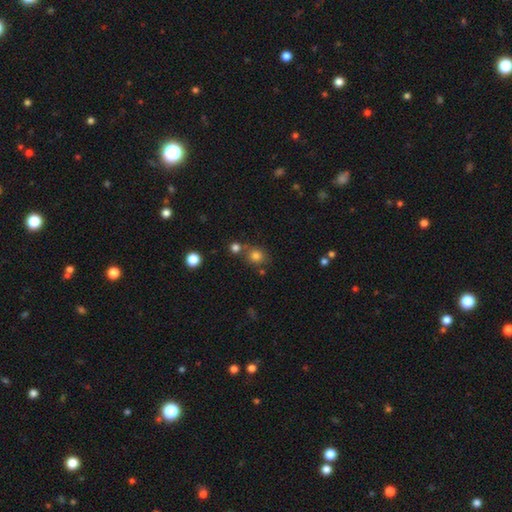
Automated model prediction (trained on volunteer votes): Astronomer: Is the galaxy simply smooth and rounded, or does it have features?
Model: smooth — 79%.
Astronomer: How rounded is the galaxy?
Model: round — 83%.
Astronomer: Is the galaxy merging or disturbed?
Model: none — 68%.